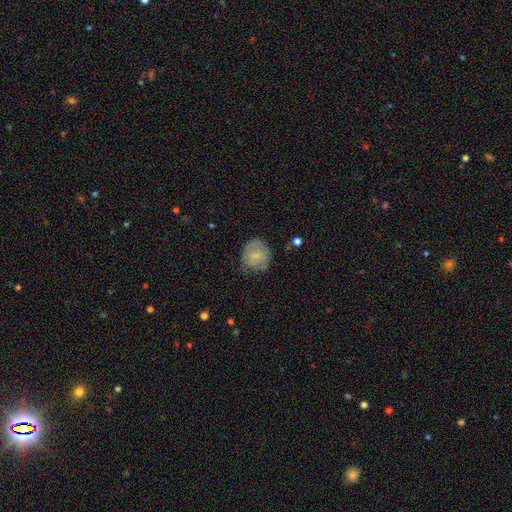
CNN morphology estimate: Q: Smooth or featured?
A: smooth (63%); runner-up: featured or disk (29%)
Q: How rounded?
A: round (81%); runner-up: in between (18%)
Q: Merging?
A: none (65%); runner-up: minor disturbance (25%)